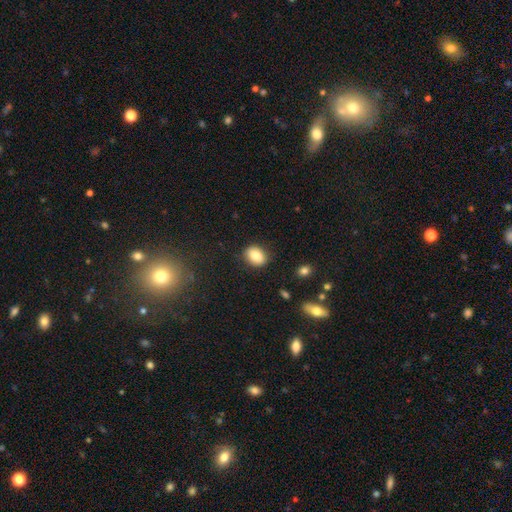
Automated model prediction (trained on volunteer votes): Smooth or featured? smooth (82%)
How rounded? in between (60%)
Merging? none (86%)